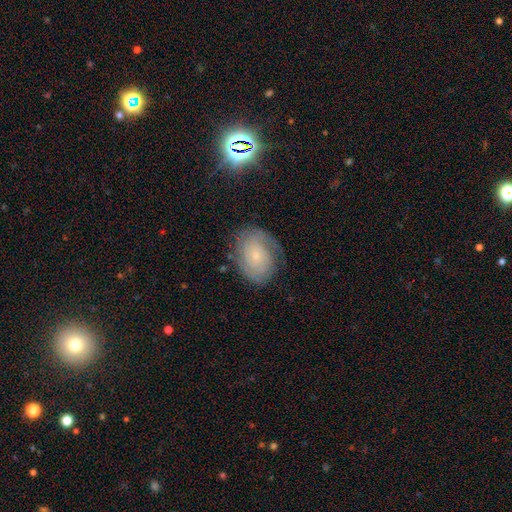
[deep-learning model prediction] Overall: featured or disk (61%; smooth 29%). Edge-on disk: no (97%). Bar: no (79%). Spiral arms: yes (86%). Spiral arm count: can't tell (42%; 2 35%). Spiral winding: tight (67%). Bulge size: small (80%). Merging: none (74%).